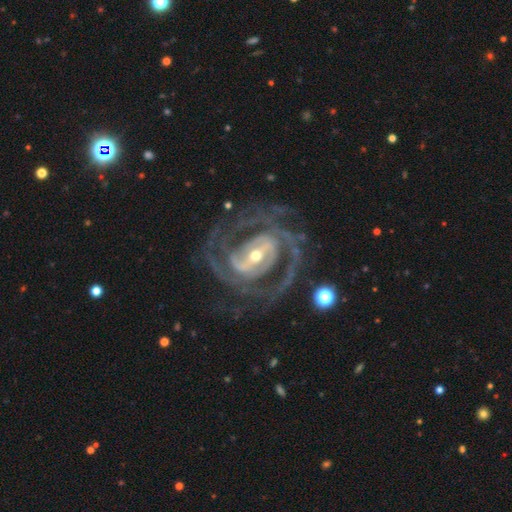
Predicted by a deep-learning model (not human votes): Smooth or featured? featured or disk (92%)
Edge-on disk? no (97%)
Bar? strong (55%)
Spiral arms? yes (97%)
Spiral winding? tight (54%)
Spiral arm count? 2 (44%)
Bulge size? small (48%)
Merging? none (71%)